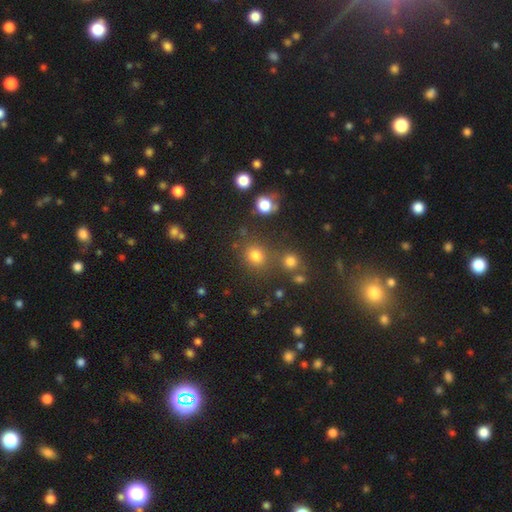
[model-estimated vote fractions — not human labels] This appears to be a smooth galaxy with no disk features (73%) that is round (83%). Merging: none (75%).